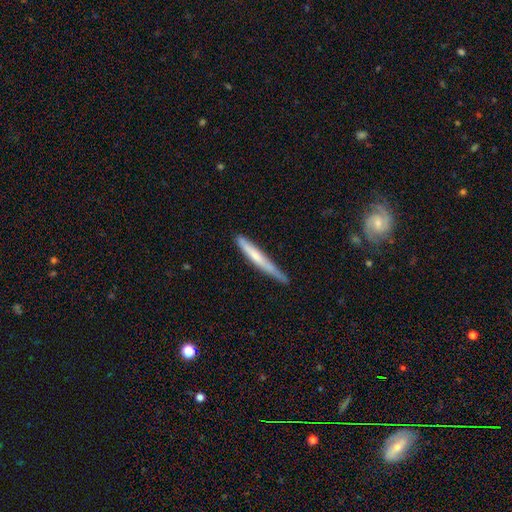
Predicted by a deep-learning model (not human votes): Overall: smooth (55%; featured or disk 39%). How rounded: cigar-shaped (96%). Merging: none (71%).